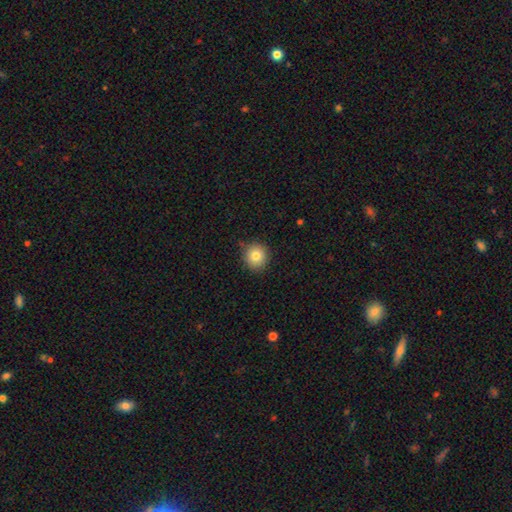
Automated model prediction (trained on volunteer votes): Smooth or featured?
  - smooth: 81% *
  - star or artifact: 10%
  - featured or disk: 9%
How rounded?
  - round: 92% *
  - in between: 7%
  - cigar-shaped: 1%
Merging?
  - none: 84% *
  - minor disturbance: 12%
  - major disturbance: 2%
  - merger: 1%